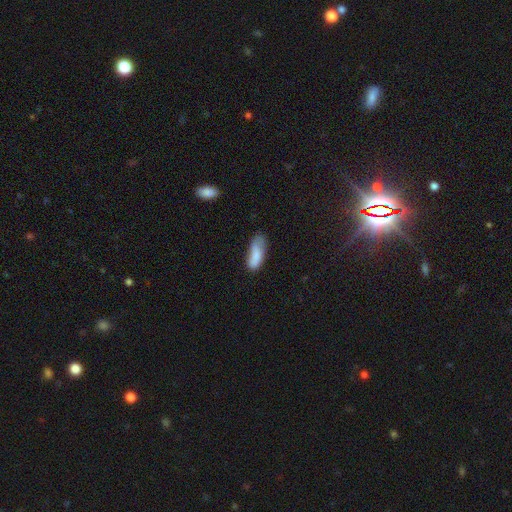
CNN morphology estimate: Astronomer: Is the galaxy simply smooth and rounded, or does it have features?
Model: smooth — 81%.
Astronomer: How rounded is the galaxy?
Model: in between — 70%.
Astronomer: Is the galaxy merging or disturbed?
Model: none — 48% (runner-up: minor disturbance, 35%).